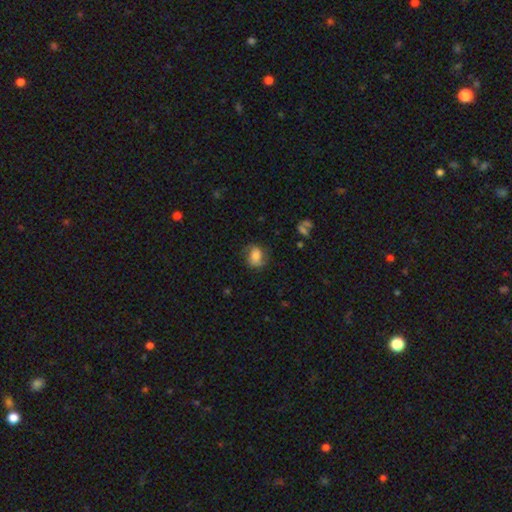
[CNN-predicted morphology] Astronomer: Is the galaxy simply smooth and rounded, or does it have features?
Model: smooth — 50% (runner-up: featured or disk, 41%).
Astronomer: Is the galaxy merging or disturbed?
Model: none — 68%.